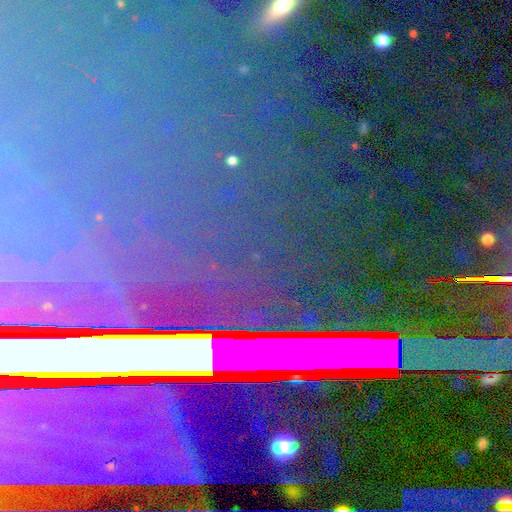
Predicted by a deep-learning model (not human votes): Smooth or featured? star or artifact (78%)